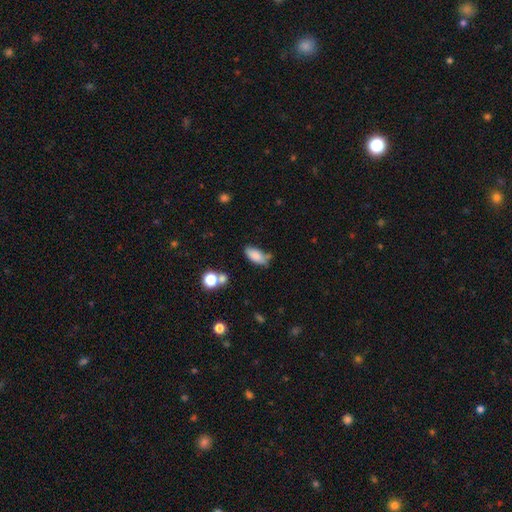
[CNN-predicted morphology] smooth_or_featured: smooth (p=0.81) [alt: featured or disk p=0.10]
how_rounded: in between (p=0.87) [alt: cigar-shaped p=0.10]
merging: none (p=0.56) [alt: minor disturbance p=0.26]